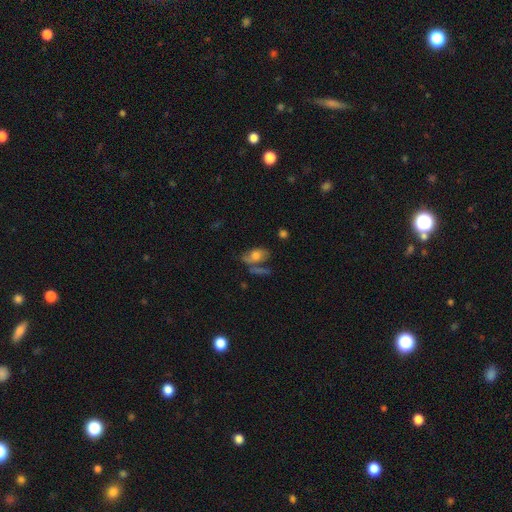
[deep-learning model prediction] smooth-or-featured: smooth: 59% | featured or disk: 29% | star or artifact: 12%
  how-rounded: in between: 81% | round: 13% | cigar-shaped: 6%
  merging: none: 38% | minor disturbance: 23% | merger: 21% | major disturbance: 18%